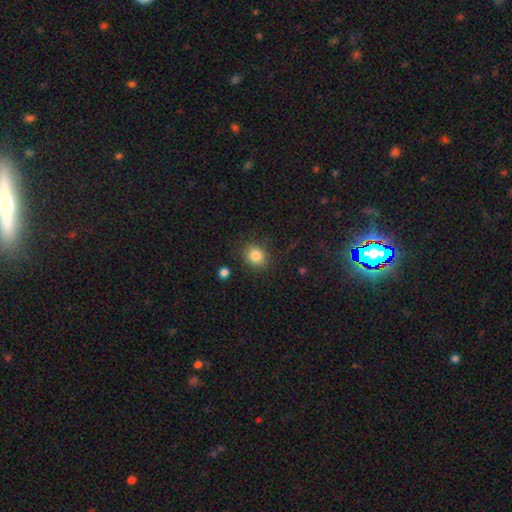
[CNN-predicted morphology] Overall: smooth (84%). How rounded: round (70%). Merging: none (86%).